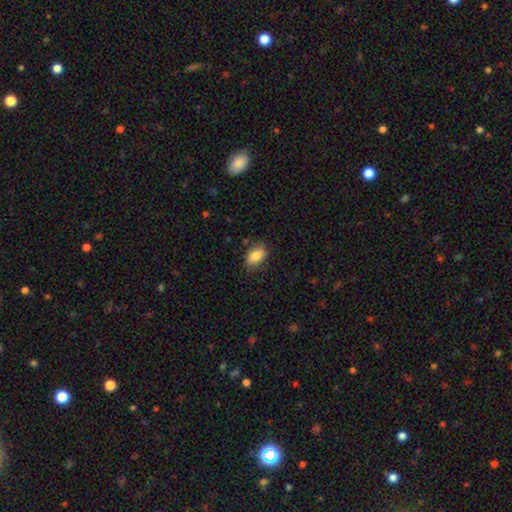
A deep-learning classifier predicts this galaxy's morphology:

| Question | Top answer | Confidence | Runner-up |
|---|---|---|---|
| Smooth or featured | smooth | 83% | featured or disk (9%) |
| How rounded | in between | 89% | round (9%) |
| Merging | none | 79% | minor disturbance (16%) |